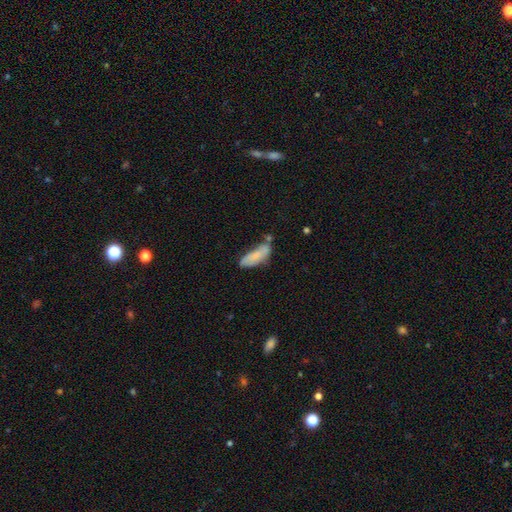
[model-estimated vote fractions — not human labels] smooth-or-featured: smooth: 74% | featured or disk: 18% | star or artifact: 7%
  how-rounded: in between: 68% | cigar-shaped: 30% | round: 2%
  merging: none: 49% | minor disturbance: 29% | merger: 12% | major disturbance: 9%